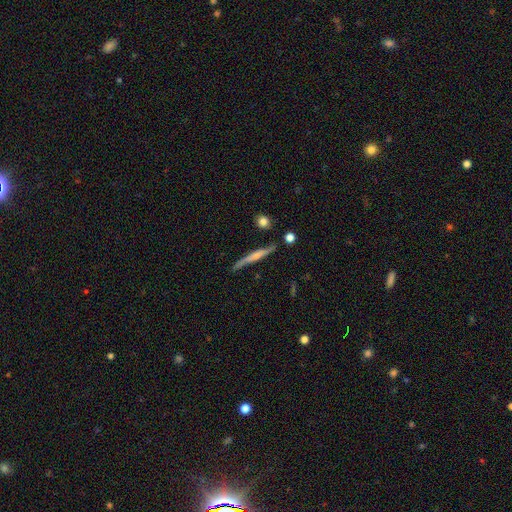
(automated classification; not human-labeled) A featured or disk galaxy (52%) viewed edge-on (91%).

Vote fractions:
- Smooth or featured? featured or disk: 52% / smooth: 42% / star or artifact: 6%
- Edge-on disk? yes: 91% / no: 9%
- Merging? none: 72% / minor disturbance: 19% / major disturbance: 5% / merger: 5%